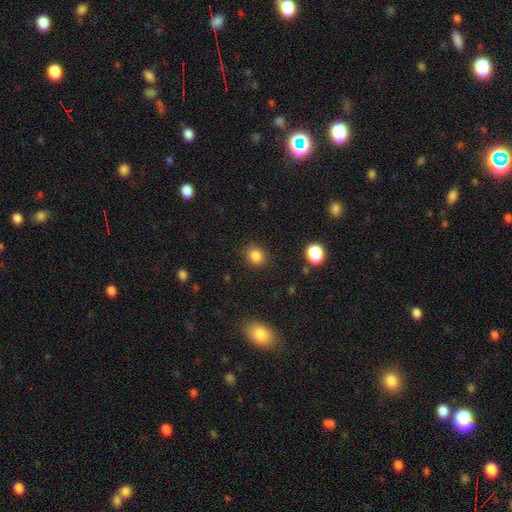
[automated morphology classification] smooth_or_featured: smooth (p=0.85) [alt: star or artifact p=0.12]
how_rounded: round (p=0.74) [alt: in between p=0.25]
merging: none (p=0.86) [alt: minor disturbance p=0.09]